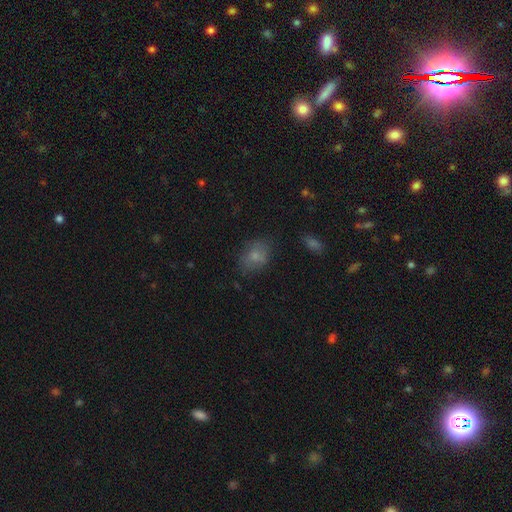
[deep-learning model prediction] A smooth galaxy with no disk features (74%) that is in between round and cigar-shaped (71%).

Vote fractions:
- Smooth or featured? smooth: 74% / featured or disk: 15% / star or artifact: 12%
- How rounded? in between: 71% / round: 28% / cigar-shaped: 1%
- Merging? none: 68% / minor disturbance: 21% / major disturbance: 7% / merger: 4%